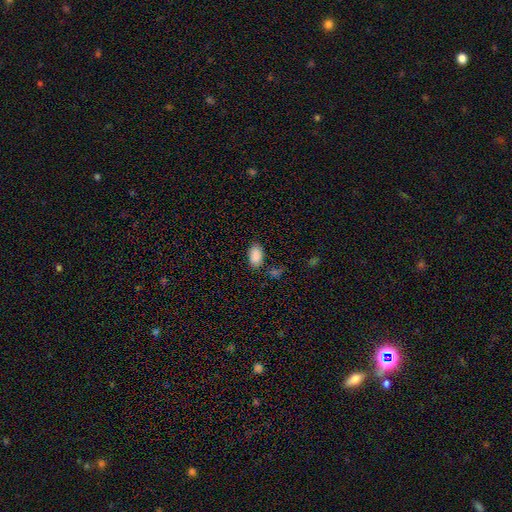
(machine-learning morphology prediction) Smooth or featured? smooth (89%)
How rounded? in between (94%)
Merging? none (81%)